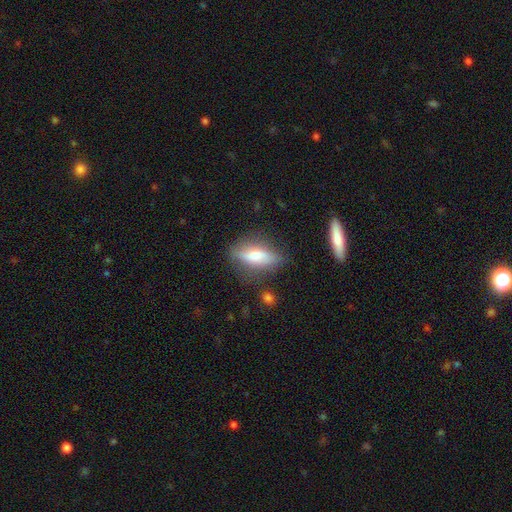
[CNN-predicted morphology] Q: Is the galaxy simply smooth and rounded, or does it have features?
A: smooth — 57%.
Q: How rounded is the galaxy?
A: in between — 62%.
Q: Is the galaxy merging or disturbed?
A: none — 71%.